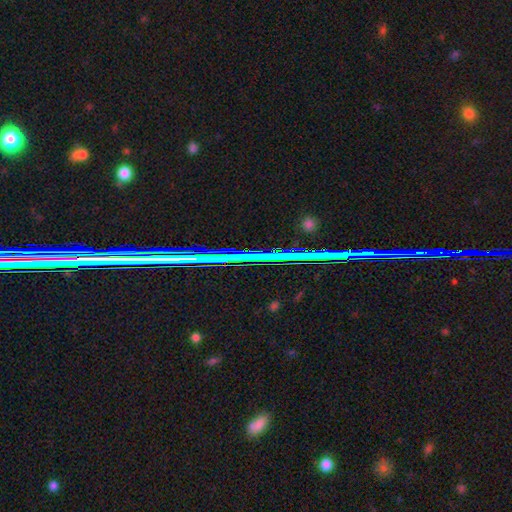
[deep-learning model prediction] Morphology: type=star or artifact (67%).